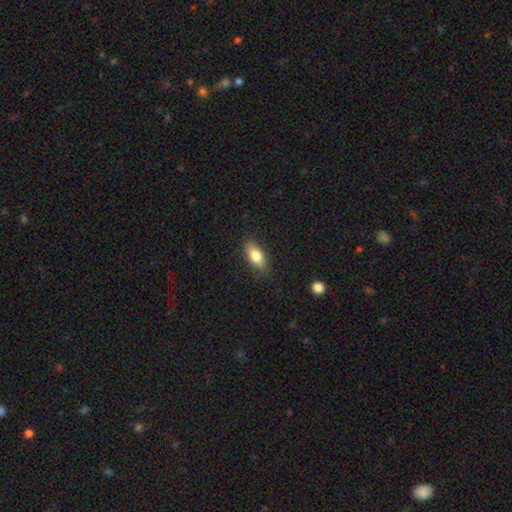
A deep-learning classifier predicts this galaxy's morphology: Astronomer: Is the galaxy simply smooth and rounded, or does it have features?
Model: smooth — 79%.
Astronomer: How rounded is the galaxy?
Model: in between — 79%.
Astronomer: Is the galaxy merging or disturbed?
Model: none — 85%.